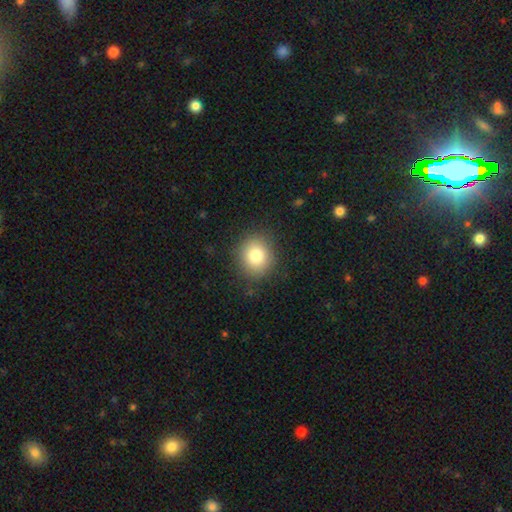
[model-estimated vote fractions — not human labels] A smooth galaxy with no disk features (82%) that is round (84%). Merging: none (87%).